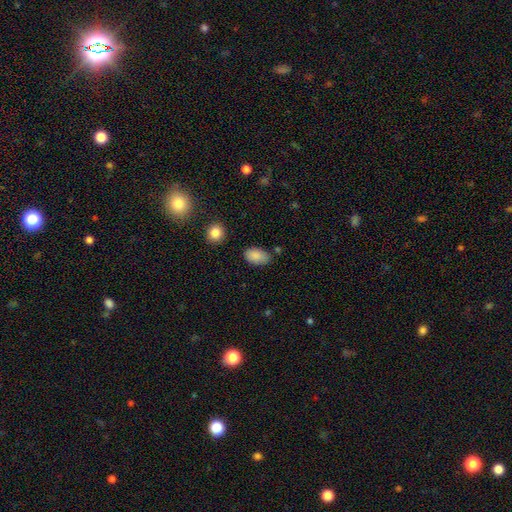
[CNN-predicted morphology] smooth_or_featured: smooth (p=0.88) [alt: star or artifact p=0.08]
how_rounded: in between (p=0.92) [alt: round p=0.06]
merging: none (p=0.77) [alt: minor disturbance p=0.16]